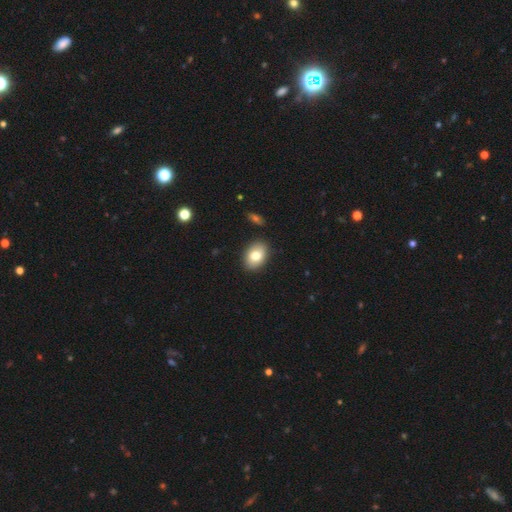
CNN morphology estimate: smooth-or-featured: smooth: 78% | featured or disk: 14% | star or artifact: 8%
  how-rounded: in between: 80% | round: 19% | cigar-shaped: 1%
  merging: none: 88% | minor disturbance: 8% | major disturbance: 2% | merger: 2%